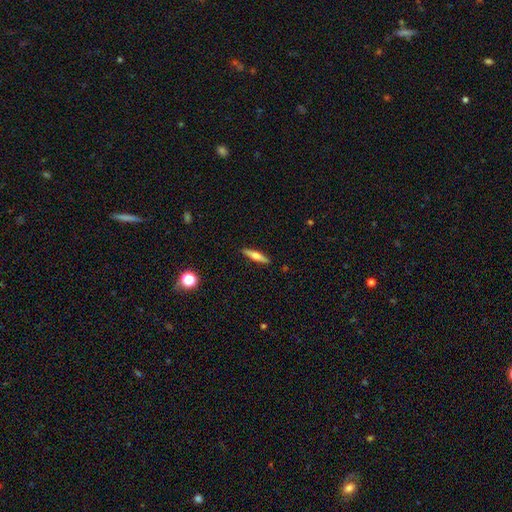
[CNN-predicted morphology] A smooth galaxy with no disk features (48%).

Vote fractions:
- Smooth or featured? smooth: 48% / featured or disk: 45% / star or artifact: 6%
- Merging? none: 90% / minor disturbance: 7% / major disturbance: 2% / merger: 1%